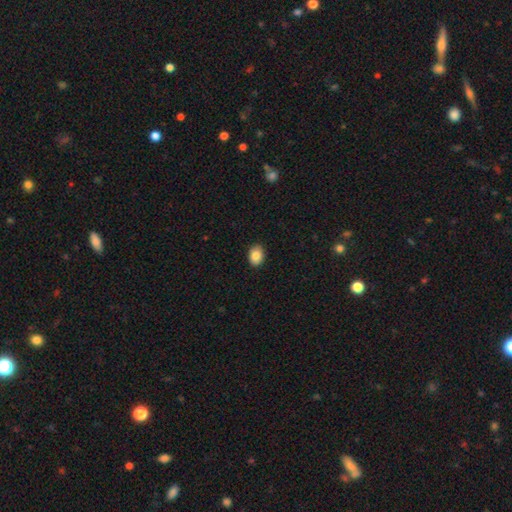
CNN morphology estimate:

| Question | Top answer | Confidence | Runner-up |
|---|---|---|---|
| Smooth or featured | smooth | 86% | star or artifact (8%) |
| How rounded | in between | 72% | round (27%) |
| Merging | none | 89% | minor disturbance (8%) |